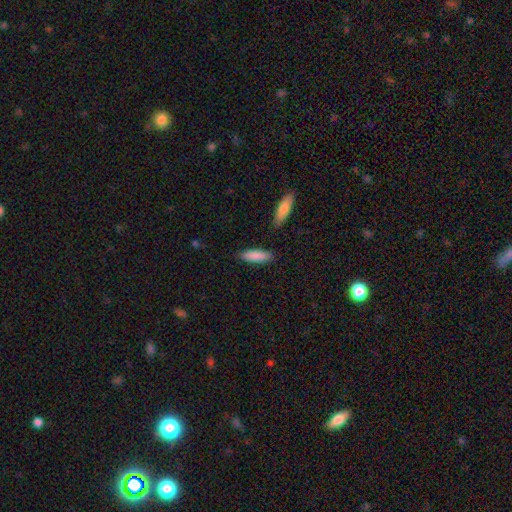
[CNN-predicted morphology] smooth_or_featured: smooth (p=0.88) [alt: featured or disk p=0.07]
how_rounded: cigar-shaped (p=0.52) [alt: in between p=0.46]
merging: none (p=0.85) [alt: minor disturbance p=0.10]